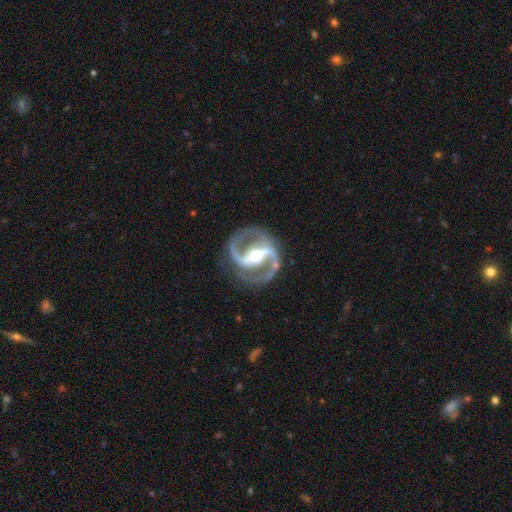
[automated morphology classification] Smooth or featured? Predicted: featured or disk (p=0.93). Edge-on disk? Predicted: no (p=0.97). Bar? Predicted: strong (p=0.66). Spiral arms? Predicted: yes (p=0.97). Spiral winding? Predicted: medium (p=0.63). Spiral arm count? Predicted: 2 (p=0.94). Bulge size? Predicted: moderate (p=0.74). Merging? Predicted: none (p=0.83).